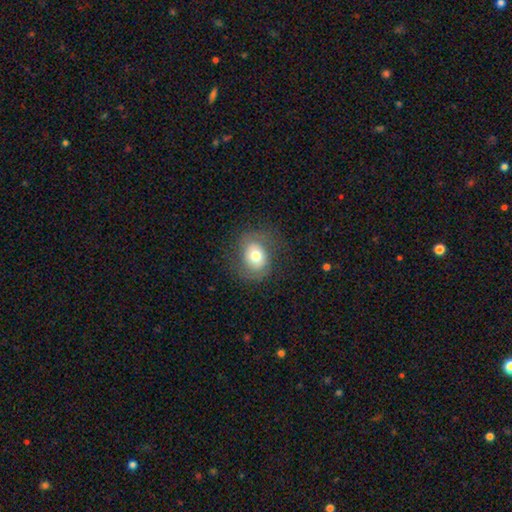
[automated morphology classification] smooth_or_featured: smooth (p=0.63) [alt: featured or disk p=0.28]
how_rounded: round (p=0.53) [alt: in between p=0.46]
merging: none (p=0.67) [alt: minor disturbance p=0.19]